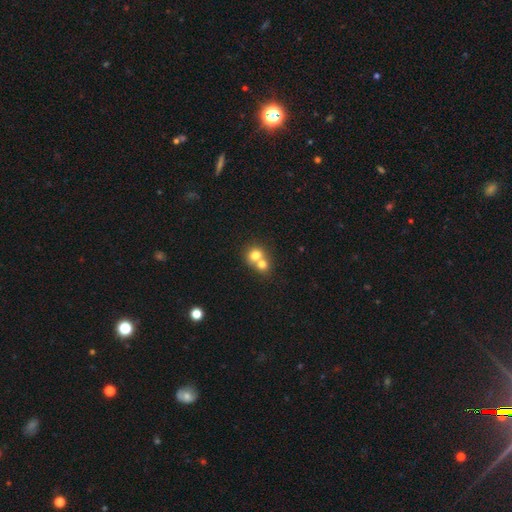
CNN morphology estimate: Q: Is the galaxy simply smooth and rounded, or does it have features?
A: smooth — 74%.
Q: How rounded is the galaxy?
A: round — 79%.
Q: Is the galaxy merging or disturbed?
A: merger — 66%.